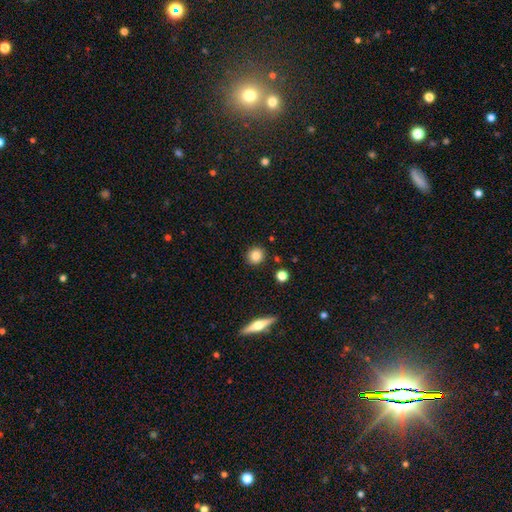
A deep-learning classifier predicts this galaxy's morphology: type=smooth (83%); roundness=round (89%); merging=none (89%).